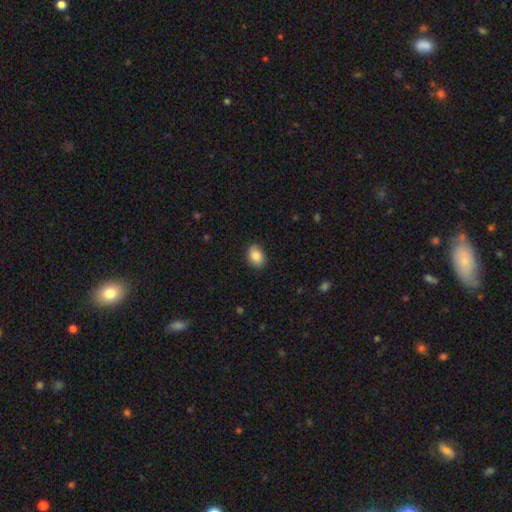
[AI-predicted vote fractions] The model was most divided on "how rounded": in between: 84%, round: 15%, cigar-shaped: 1%. More confident: smooth or featured — smooth (87%); merging — none (86%).